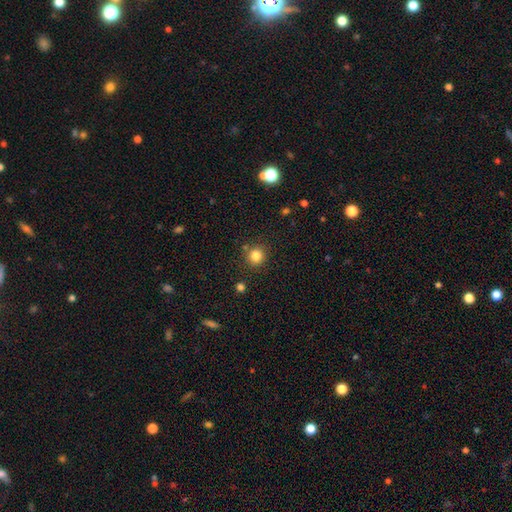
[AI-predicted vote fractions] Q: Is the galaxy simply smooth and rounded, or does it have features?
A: smooth — 82%.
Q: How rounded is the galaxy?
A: round — 92%.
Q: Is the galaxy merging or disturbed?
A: none — 83%.